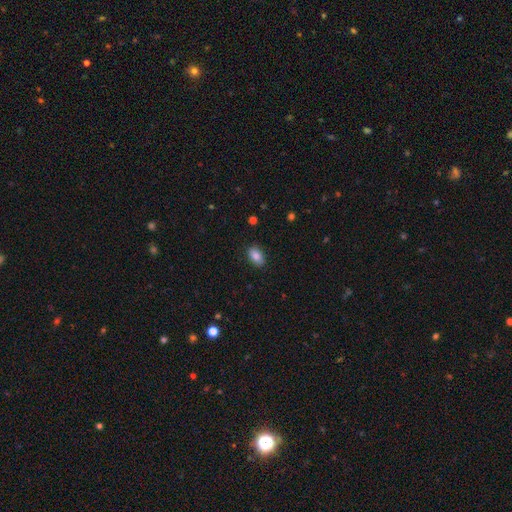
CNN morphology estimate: type=smooth (86%); roundness=in between (90%); merging=none (87%).